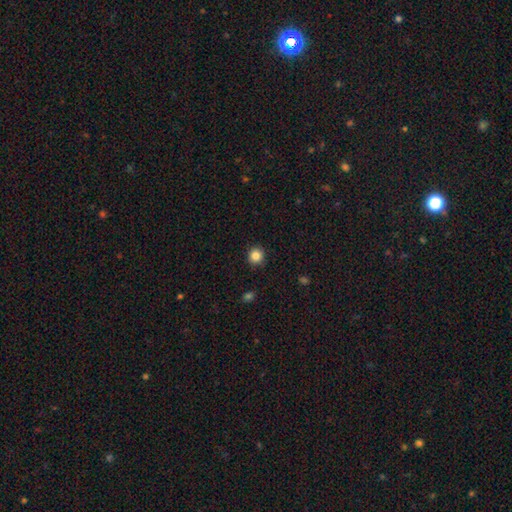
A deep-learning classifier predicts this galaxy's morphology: Smooth or featured? smooth (85%)
How rounded? round (92%)
Merging? none (91%)